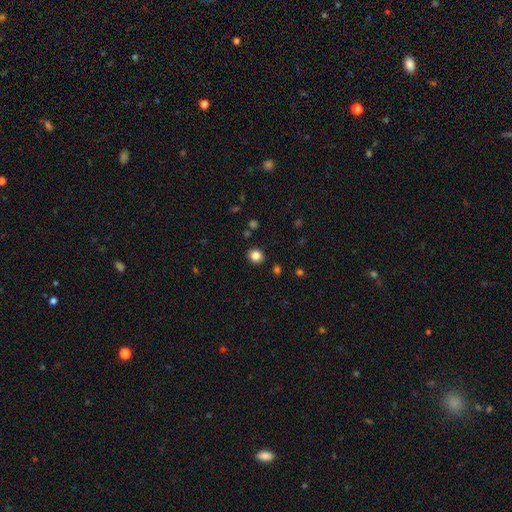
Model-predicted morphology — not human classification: Overall: smooth (83%). How rounded: round (77%). Merging: none (90%).